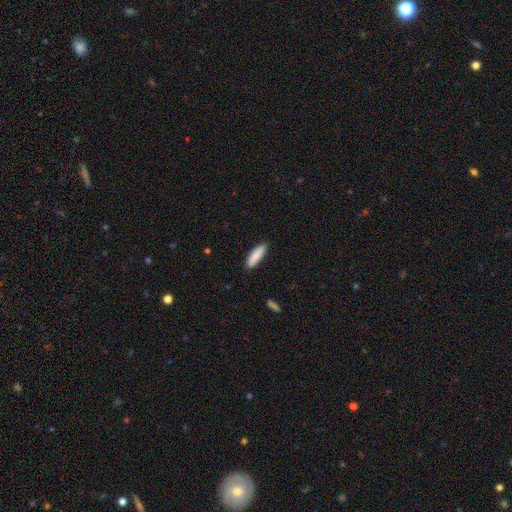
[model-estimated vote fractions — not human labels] A smooth galaxy with no disk features (88%) that is cigar-shaped (62%).

Vote fractions:
- Smooth or featured? smooth: 88% / featured or disk: 7% / star or artifact: 6%
- How rounded? cigar-shaped: 62% / in between: 37% / round: 1%
- Merging? none: 88% / minor disturbance: 9% / major disturbance: 2% / merger: 1%